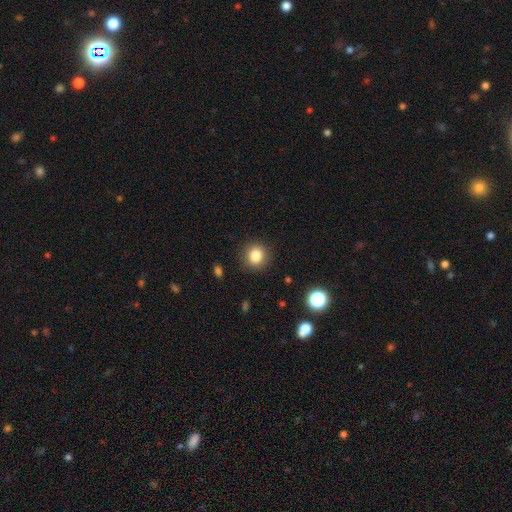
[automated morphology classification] type=smooth (84%); roundness=round (86%); merging=none (89%).